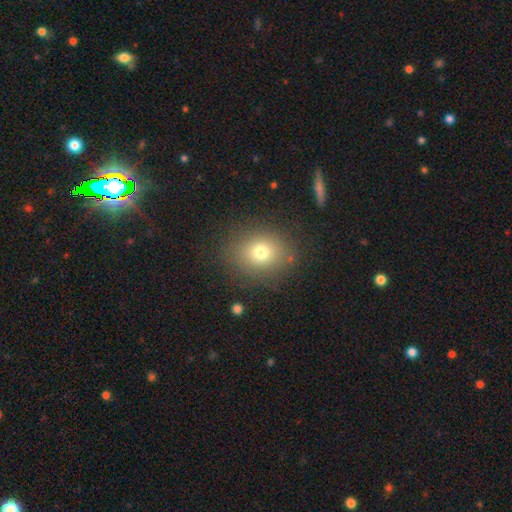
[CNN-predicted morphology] A smooth galaxy with no disk features (59%) that is round (61%).

Vote fractions:
- Smooth or featured? smooth: 59% / star or artifact: 31% / featured or disk: 10%
- How rounded? round: 61% / in between: 38% / cigar-shaped: 1%
- Merging? none: 89% / minor disturbance: 7% / major disturbance: 2% / merger: 2%